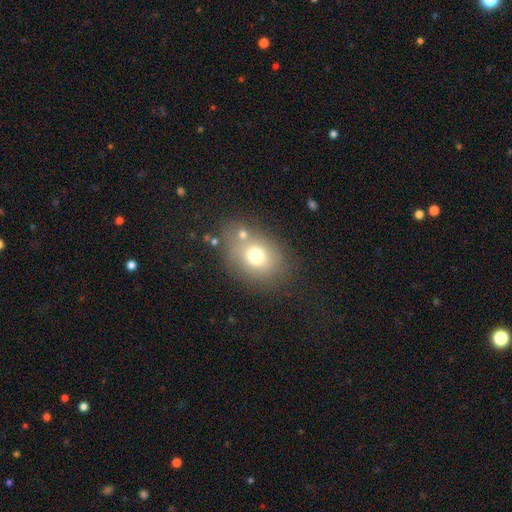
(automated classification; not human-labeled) Smooth or featured: smooth — 70% (featured or disk — 17%)
How rounded: in between — 53% (round — 45%)
Merging: none — 60% (merger — 17%)